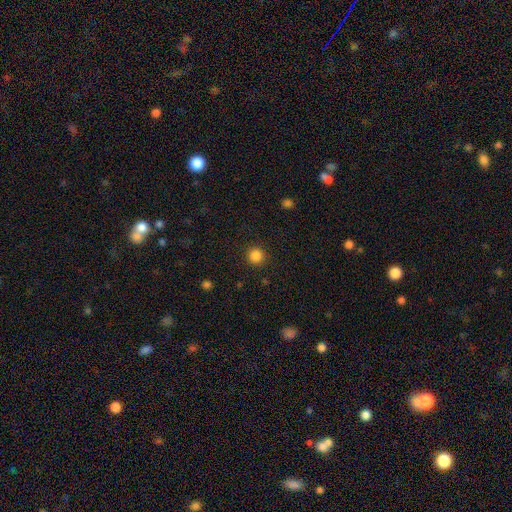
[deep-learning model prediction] Q: Smooth or featured?
A: smooth (85%); runner-up: star or artifact (12%)
Q: How rounded?
A: round (95%); runner-up: in between (4%)
Q: Merging?
A: none (92%); runner-up: minor disturbance (5%)